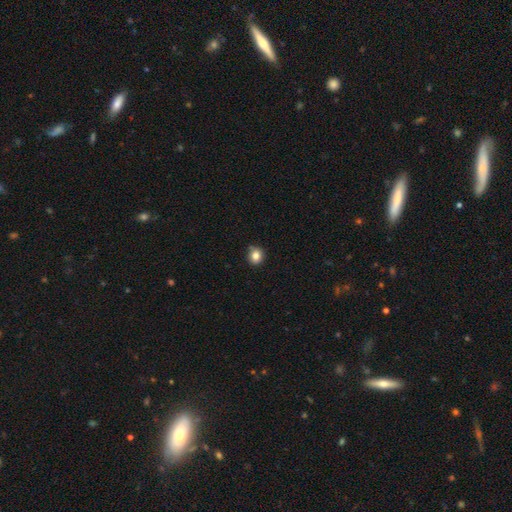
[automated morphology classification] Smooth or featured?
  - smooth: 83% *
  - star or artifact: 11%
  - featured or disk: 6%
How rounded?
  - round: 82% *
  - in between: 17%
  - cigar-shaped: 1%
Merging?
  - none: 83% *
  - minor disturbance: 12%
  - merger: 2%
  - major disturbance: 2%